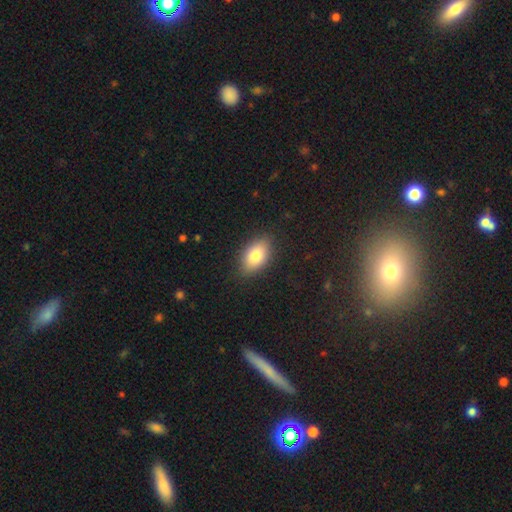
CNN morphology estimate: A smooth galaxy with no disk features (79%) that is in between round and cigar-shaped (88%).

Vote fractions:
- Smooth or featured? smooth: 79% / featured or disk: 12% / star or artifact: 8%
- How rounded? in between: 88% / round: 9% / cigar-shaped: 3%
- Merging? none: 85% / minor disturbance: 11% / major disturbance: 3% / merger: 1%